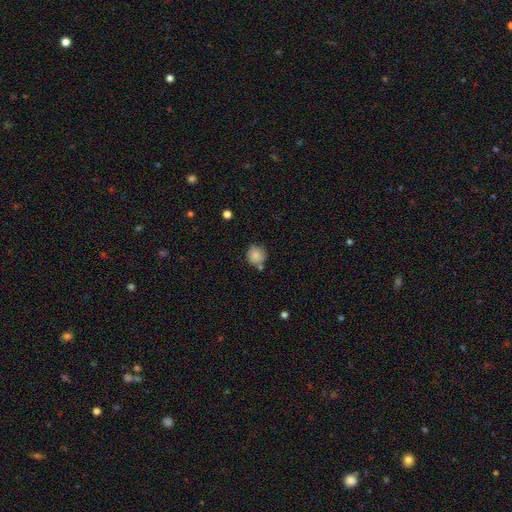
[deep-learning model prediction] smooth 86%, star or artifact 9%, featured or disk 6%. Down the decision tree: how rounded — round (90%); merging — none (70%).